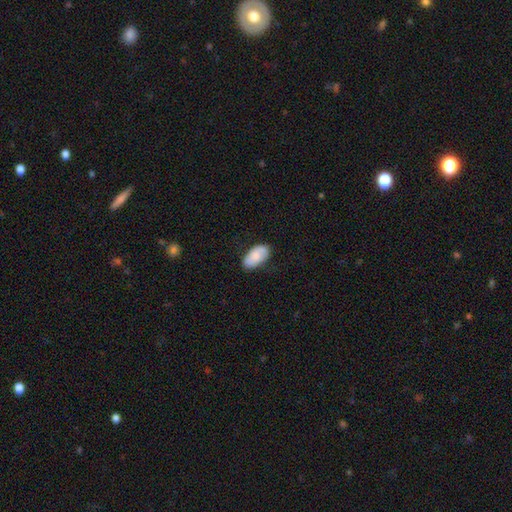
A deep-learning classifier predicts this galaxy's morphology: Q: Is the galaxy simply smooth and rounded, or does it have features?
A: smooth — 76%.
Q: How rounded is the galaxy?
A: in between — 95%.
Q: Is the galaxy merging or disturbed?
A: none — 75%.